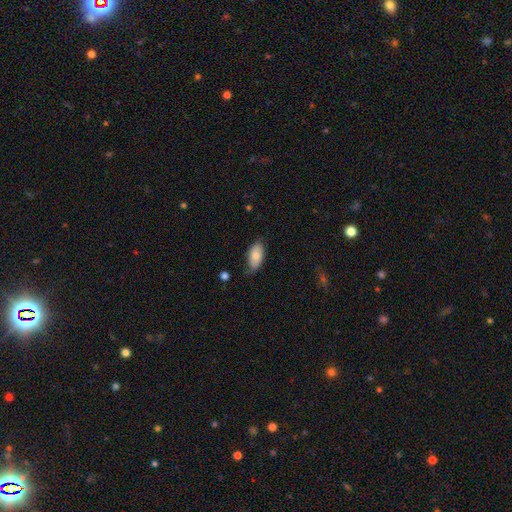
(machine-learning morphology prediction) smooth_or_featured: smooth (p=0.81) [alt: featured or disk p=0.13]
how_rounded: in between (p=0.94) [alt: cigar-shaped p=0.04]
merging: none (p=0.71) [alt: minor disturbance p=0.24]